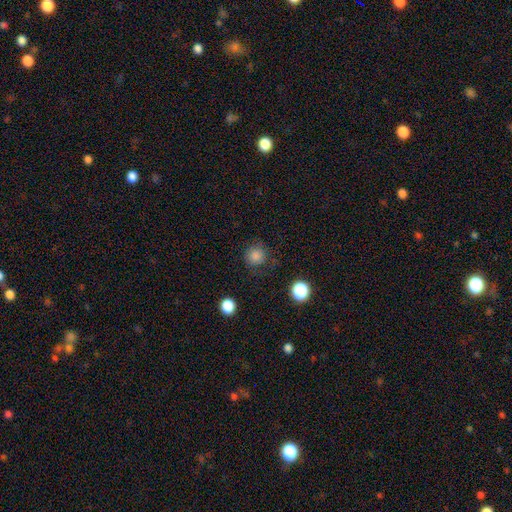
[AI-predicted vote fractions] Smooth or featured? Predicted: smooth (p=0.82). How rounded? Predicted: round (p=0.93). Merging? Predicted: none (p=0.80).